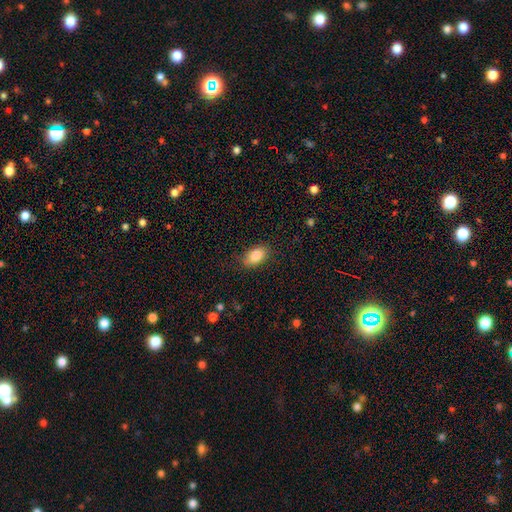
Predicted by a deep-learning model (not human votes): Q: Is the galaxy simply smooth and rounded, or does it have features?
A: smooth — 85%.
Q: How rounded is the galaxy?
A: in between — 91%.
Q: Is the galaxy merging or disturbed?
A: none — 81%.